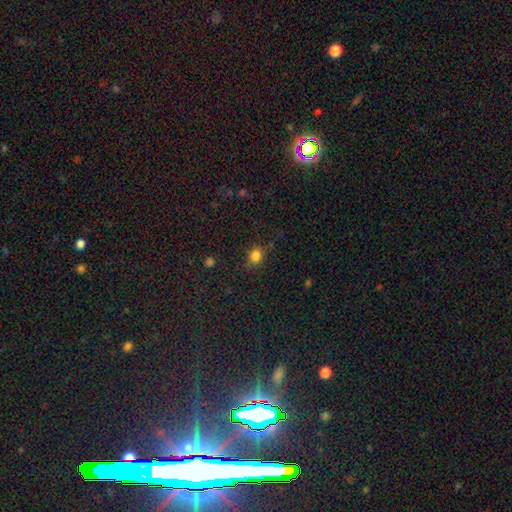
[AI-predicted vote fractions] Smooth or featured? smooth (81%)
How rounded? round (76%)
Merging? none (78%)